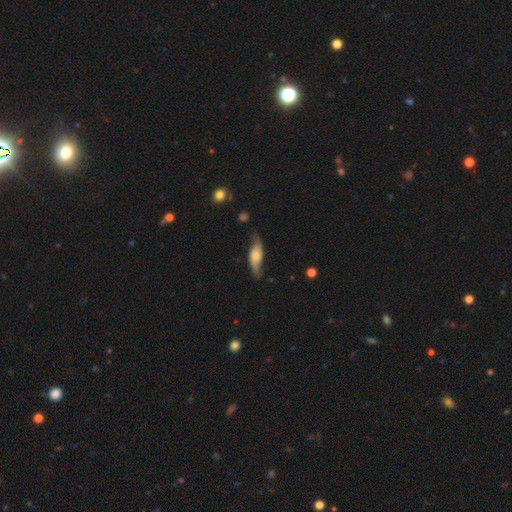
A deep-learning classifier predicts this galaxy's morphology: smooth_or_featured: smooth (p=0.50) [alt: featured or disk p=0.43]
how_rounded: in between (p=0.61) [alt: cigar-shaped p=0.36]
merging: none (p=0.65) [alt: minor disturbance p=0.27]